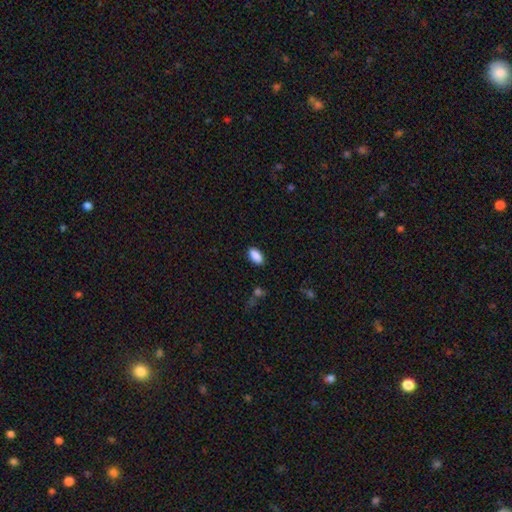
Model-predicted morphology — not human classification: type=smooth (89%); roundness=in between (92%); merging=none (87%).